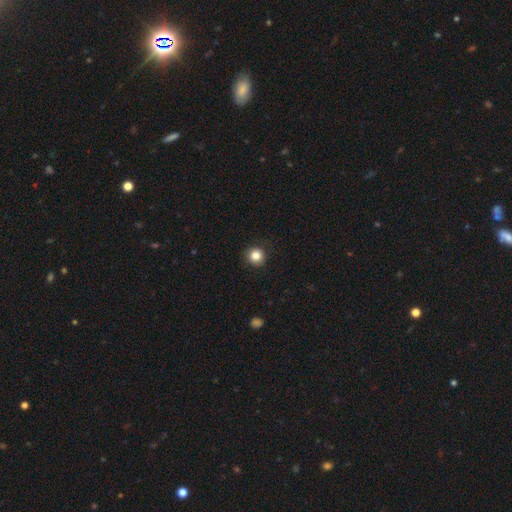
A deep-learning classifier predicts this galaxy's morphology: This is clearly a smooth galaxy (84%). How rounded: clearly round (94%). Merging: clearly none (91%).